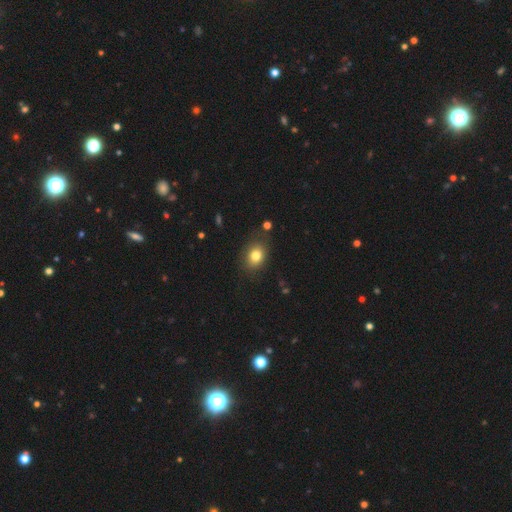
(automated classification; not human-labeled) Smooth or featured? smooth (80%)
How rounded? in between (57%)
Merging? none (79%)